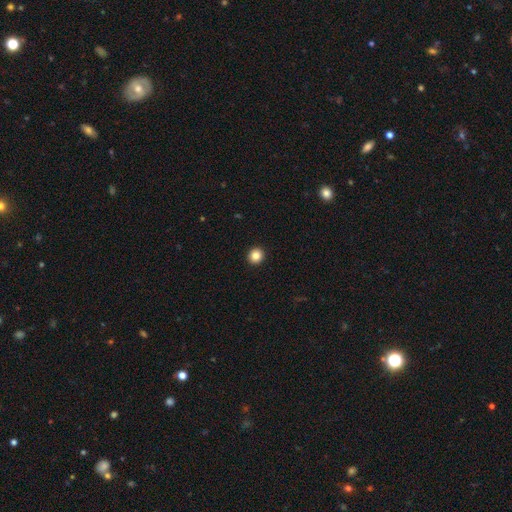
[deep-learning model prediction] Smooth or featured? smooth (85%)
How rounded? round (92%)
Merging? none (94%)